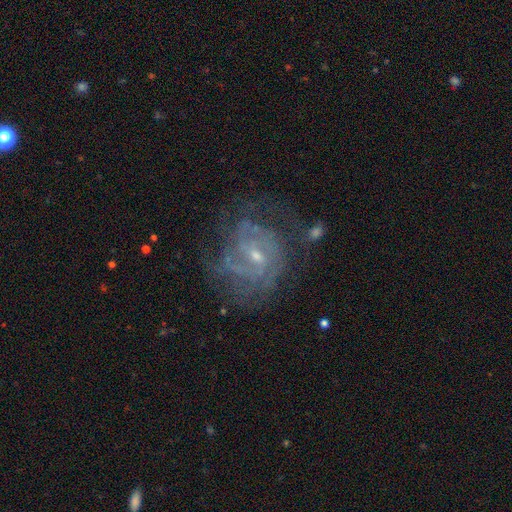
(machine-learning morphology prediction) This is clearly a featured or disk galaxy (83%). It is clearly not viewed edge-on (97%). Bar: possibly weak (52%). Spiral arm pattern: clearly yes (87%). Spiral arm count: marginally can't tell (42%). Spiral winding: possibly tight (51%). Central bulge: likely small (68%). Merging: possibly none (57%).